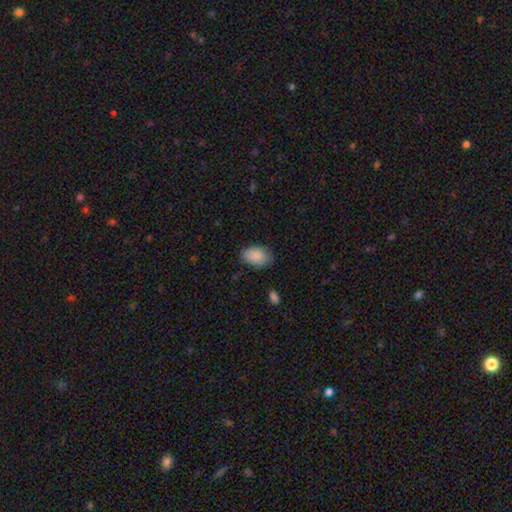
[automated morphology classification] Q: Smooth or featured?
A: smooth (89%); runner-up: star or artifact (7%)
Q: How rounded?
A: in between (87%); runner-up: round (12%)
Q: Merging?
A: none (75%); runner-up: minor disturbance (19%)